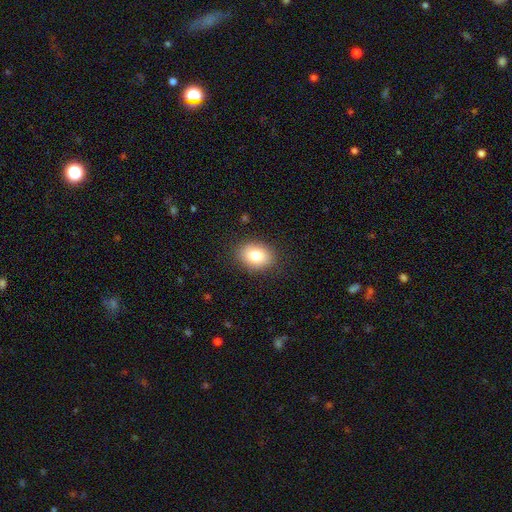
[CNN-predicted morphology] A smooth galaxy with no disk features (81%) that is in between round and cigar-shaped (59%).

Vote fractions:
- Smooth or featured? smooth: 81% / featured or disk: 10% / star or artifact: 9%
- How rounded? in between: 59% / round: 40% / cigar-shaped: 1%
- Merging? none: 87% / minor disturbance: 9% / major disturbance: 3% / merger: 1%